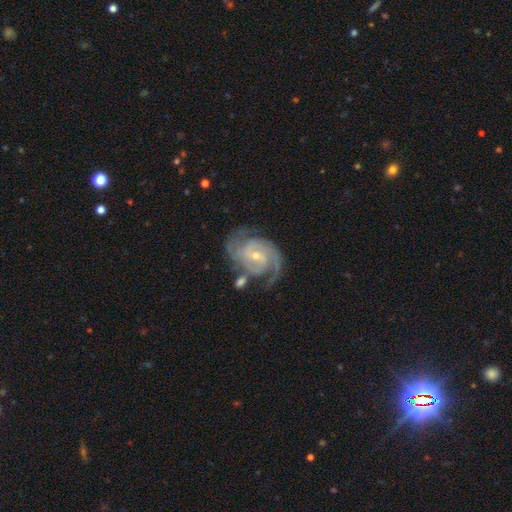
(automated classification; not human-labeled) Morphology: type=featured or disk (90%); edge-on=no (97%); bar=no (44%); spiral arms=yes (98%); winding=tight (50%); arm count=2 (56%); bulge=small (65%); merging=none (65%).